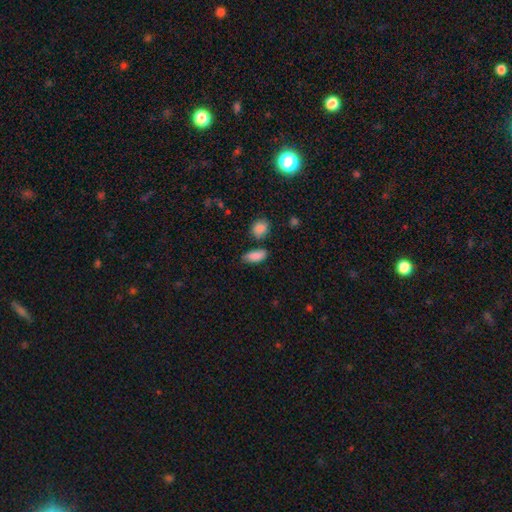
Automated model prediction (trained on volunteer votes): smooth 87%, star or artifact 7%, featured or disk 6%. Down the decision tree: how rounded — in between (84%); merging — none (68%).